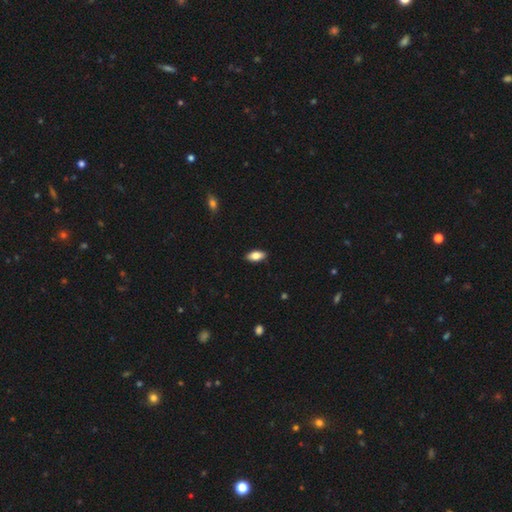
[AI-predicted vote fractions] smooth_or_featured: smooth (p=0.81) [alt: featured or disk p=0.12]
how_rounded: in between (p=0.89) [alt: cigar-shaped p=0.08]
merging: none (p=0.89) [alt: minor disturbance p=0.08]